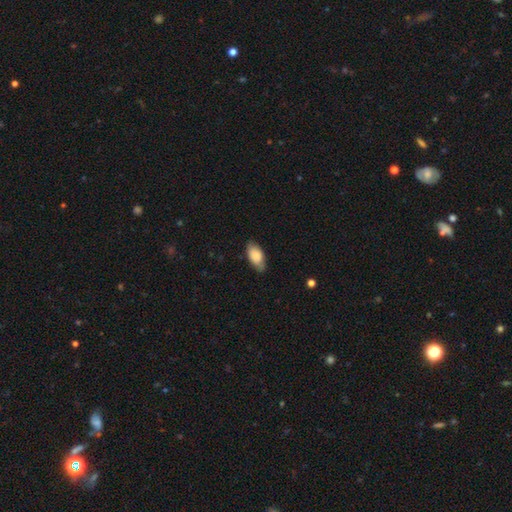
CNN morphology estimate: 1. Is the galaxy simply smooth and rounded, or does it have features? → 84% smooth, 10% featured or disk, 6% star or artifact.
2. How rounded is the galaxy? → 92% in between, 5% cigar-shaped, 3% round.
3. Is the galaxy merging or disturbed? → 78% none, 18% minor disturbance, 3% major disturbance, 1% merger.